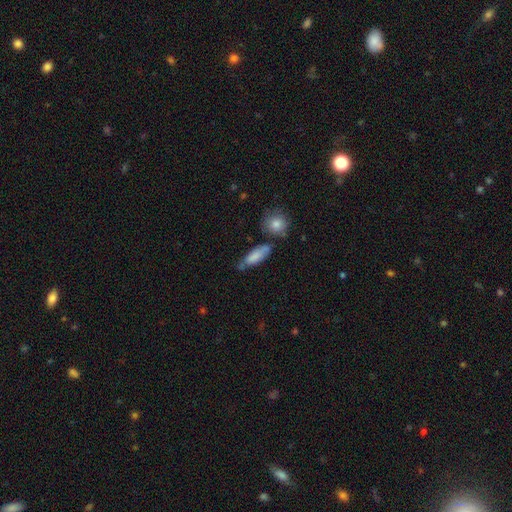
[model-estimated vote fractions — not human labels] Smooth or featured? smooth (79%)
How rounded? in between (59%)
Merging? none (55%)